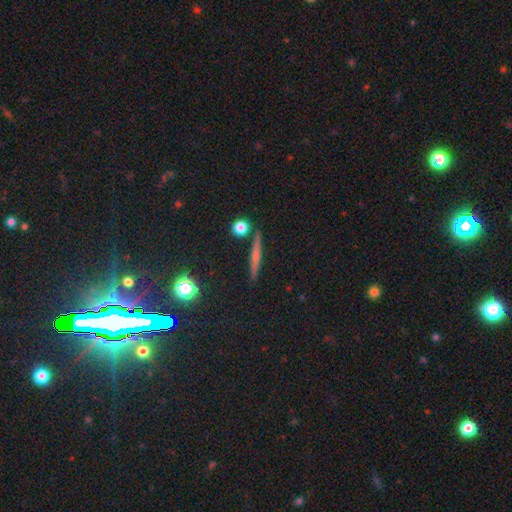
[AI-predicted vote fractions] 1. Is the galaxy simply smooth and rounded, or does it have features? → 45% featured or disk, 43% smooth, 12% star or artifact.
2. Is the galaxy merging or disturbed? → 88% none, 7% minor disturbance, 3% merger, 2% major disturbance.